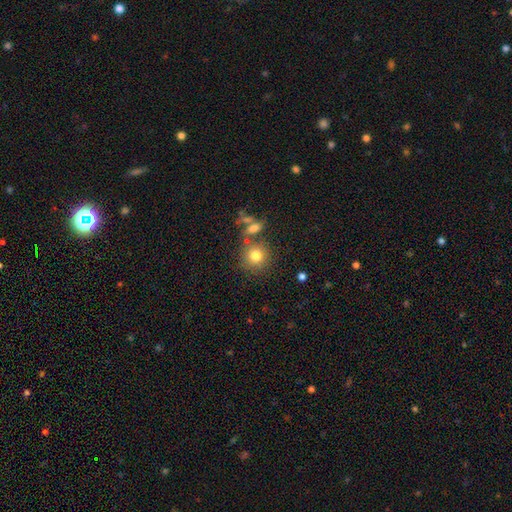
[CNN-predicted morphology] type=smooth (79%); roundness=round (89%); merging=none (69%).